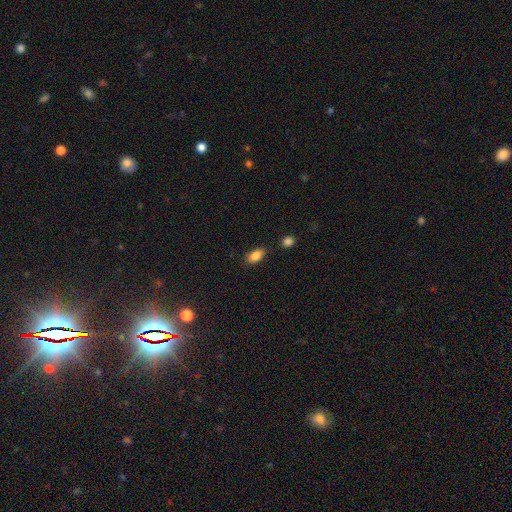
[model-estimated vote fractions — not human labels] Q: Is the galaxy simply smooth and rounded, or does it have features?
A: smooth — 86%.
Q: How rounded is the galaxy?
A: in between — 90%.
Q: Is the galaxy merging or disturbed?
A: none — 78%.